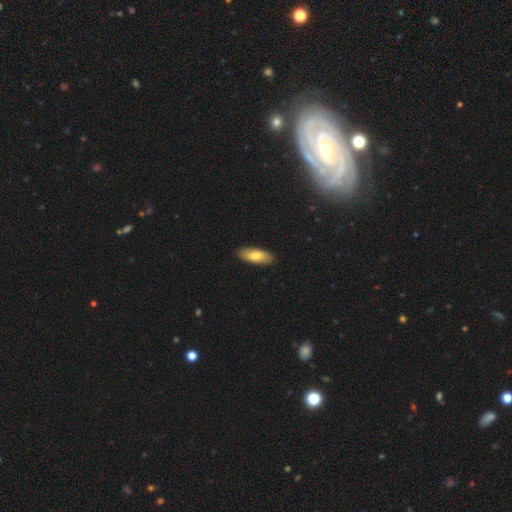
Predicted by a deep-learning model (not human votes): This is likely a smooth galaxy (76%). How rounded: likely in between (72%). Merging: clearly none (90%).